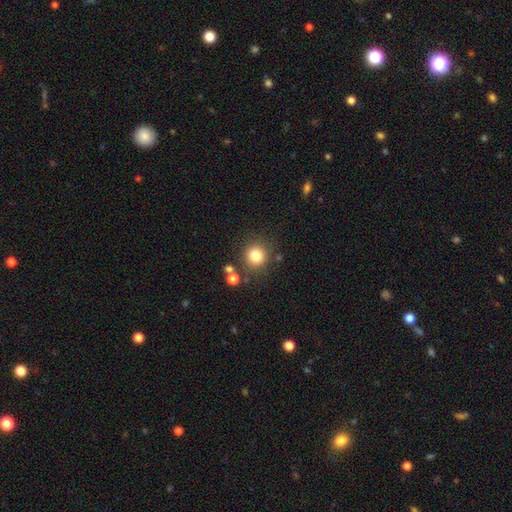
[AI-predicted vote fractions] Smooth or featured?
  - smooth: 81% *
  - star or artifact: 12%
  - featured or disk: 7%
How rounded?
  - round: 92% *
  - in between: 7%
  - cigar-shaped: 1%
Merging?
  - none: 81% *
  - minor disturbance: 9%
  - merger: 6%
  - major disturbance: 4%